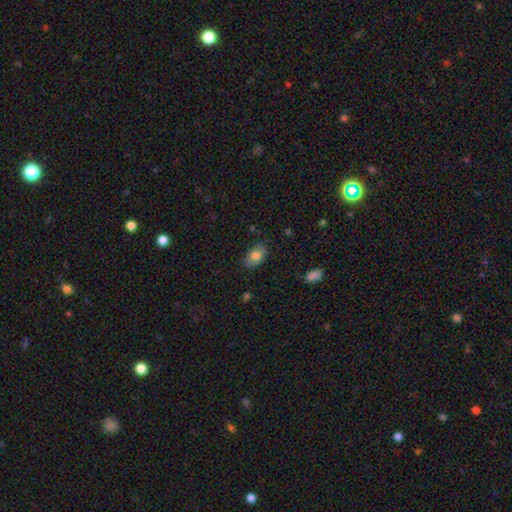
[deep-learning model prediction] A smooth galaxy with no disk features (79%) that is in between round and cigar-shaped (90%). Merging: none (81%).